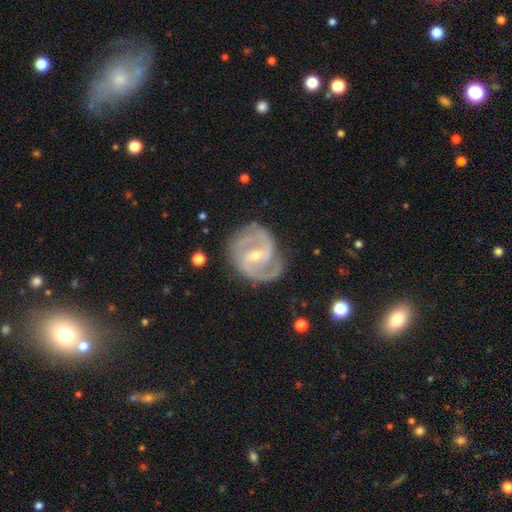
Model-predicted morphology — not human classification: Smooth or featured? featured or disk (91%)
Edge-on disk? no (98%)
Bar? weak (46%)
Spiral arms? yes (98%)
Spiral winding? medium (54%)
Spiral arm count? 2 (75%)
Bulge size? small (59%)
Merging? none (74%)